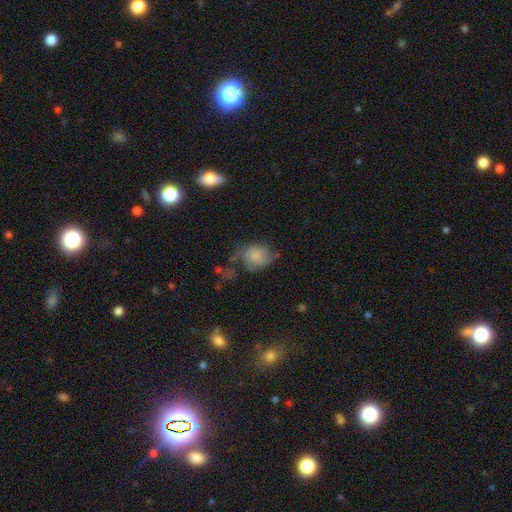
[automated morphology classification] smooth-or-featured: smooth: 65% | featured or disk: 26% | star or artifact: 9%
  how-rounded: round: 65% | in between: 33% | cigar-shaped: 1%
  merging: none: 37% | major disturbance: 27% | minor disturbance: 27% | merger: 8%